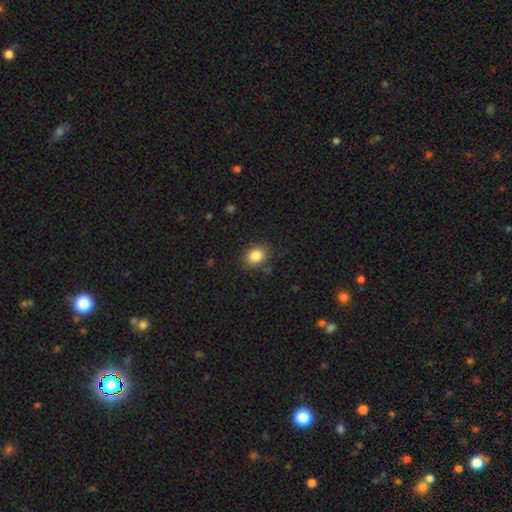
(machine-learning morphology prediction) type=smooth (85%); roundness=round (50%); merging=none (82%).